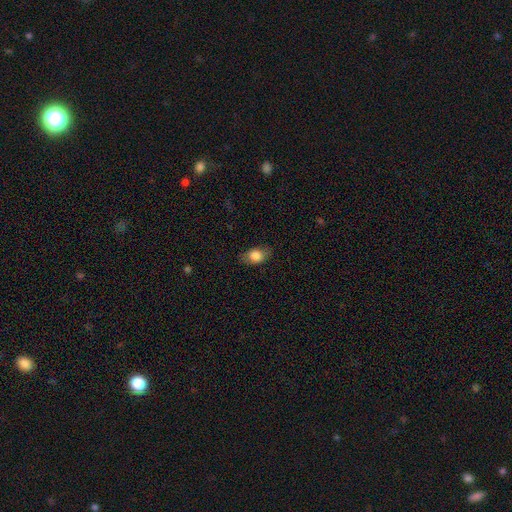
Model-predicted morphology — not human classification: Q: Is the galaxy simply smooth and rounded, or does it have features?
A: smooth — 81%.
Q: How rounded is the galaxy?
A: in between — 76%.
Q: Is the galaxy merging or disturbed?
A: none — 79%.